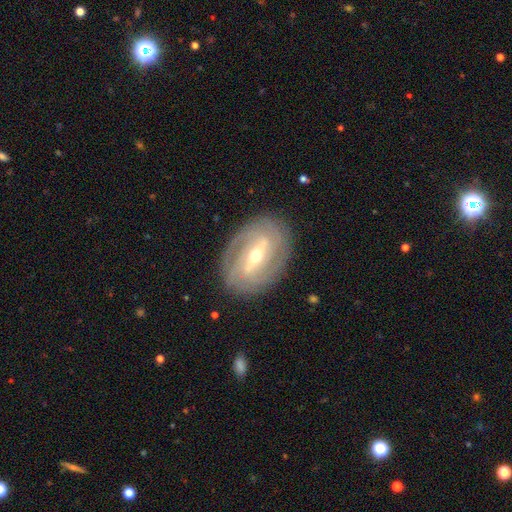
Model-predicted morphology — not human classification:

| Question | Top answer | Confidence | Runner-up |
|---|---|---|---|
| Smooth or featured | featured or disk | 85% | smooth (10%) |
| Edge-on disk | no | 94% | yes (6%) |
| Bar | strong | 53% | weak (35%) |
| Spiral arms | yes | 89% | no (11%) |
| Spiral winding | tight | 65% | medium (26%) |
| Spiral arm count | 2 | 34% | can't tell (29%) |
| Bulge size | moderate | 57% | small (39%) |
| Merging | none | 83% | minor disturbance (12%) |